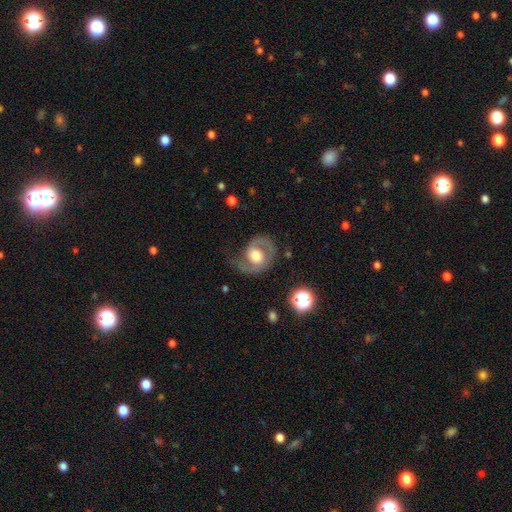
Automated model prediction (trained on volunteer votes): Q: Smooth or featured?
A: featured or disk (74%); runner-up: smooth (20%)
Q: Edge-on disk?
A: no (97%); runner-up: yes (3%)
Q: Bar?
A: no (65%); runner-up: weak (28%)
Q: Spiral arms?
A: yes (87%); runner-up: no (13%)
Q: Spiral winding?
A: medium (46%); runner-up: tight (33%)
Q: Spiral arm count?
A: 2 (66%); runner-up: 1 (25%)
Q: Bulge size?
A: moderate (46%); runner-up: large (41%)
Q: Merging?
A: none (56%); runner-up: minor disturbance (21%)